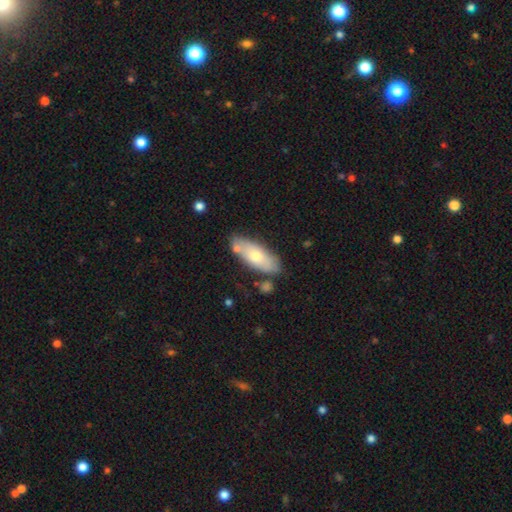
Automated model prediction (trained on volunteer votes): This appears to be a smooth galaxy with no disk features (65%) that is in between round and cigar-shaped (76%). Merging: none (71%).